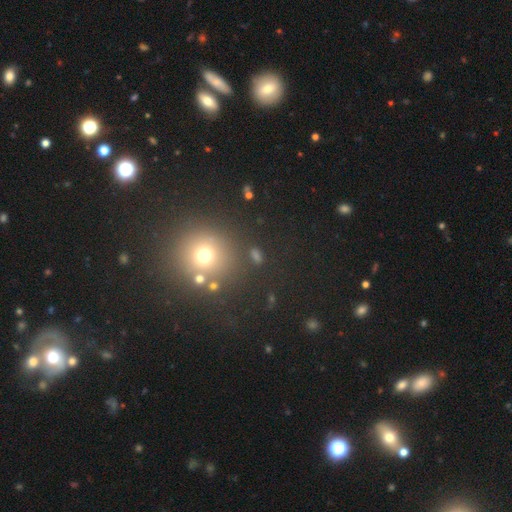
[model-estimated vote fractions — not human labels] Q: Smooth or featured?
A: smooth (59%); runner-up: star or artifact (32%)
Q: How rounded?
A: round (84%); runner-up: in between (13%)
Q: Merging?
A: none (81%); runner-up: minor disturbance (8%)